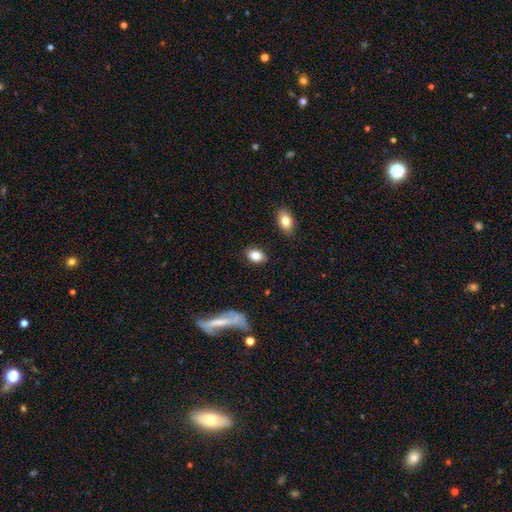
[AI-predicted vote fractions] The model was most divided on "how rounded": in between: 81%, round: 17%, cigar-shaped: 2%. More confident: smooth or featured — smooth (85%); merging — none (84%).